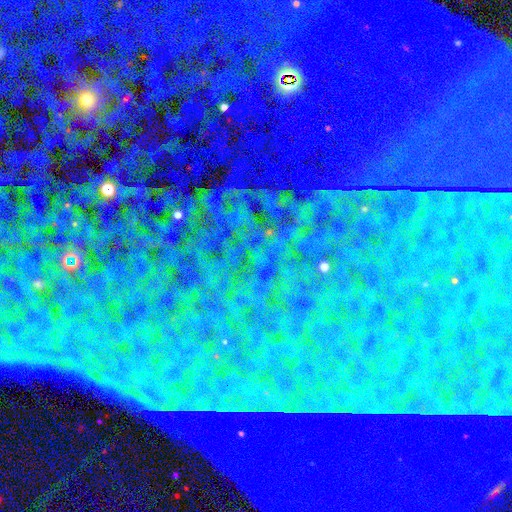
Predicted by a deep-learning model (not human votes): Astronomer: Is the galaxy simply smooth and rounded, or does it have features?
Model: star or artifact — 85%.